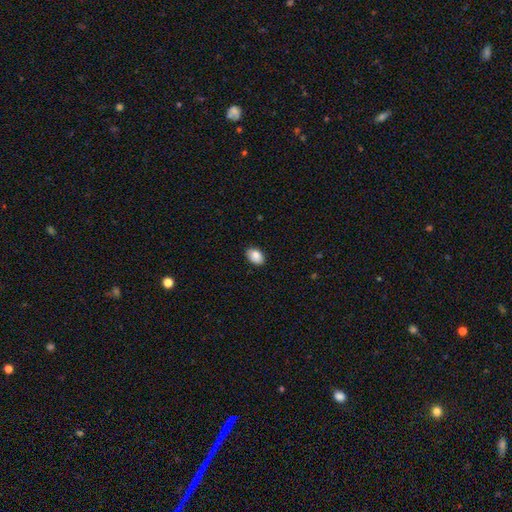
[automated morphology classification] smooth-or-featured: smooth: 87% | star or artifact: 7% | featured or disk: 5%
  how-rounded: in between: 88% | round: 11% | cigar-shaped: 1%
  merging: none: 87% | minor disturbance: 10% | major disturbance: 2% | merger: 1%